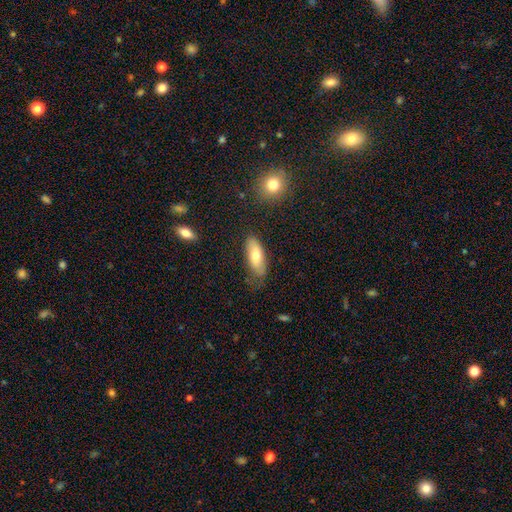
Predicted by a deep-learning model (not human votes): This is likely a smooth galaxy (72%). How rounded: likely in between (72%). Merging: likely none (70%).